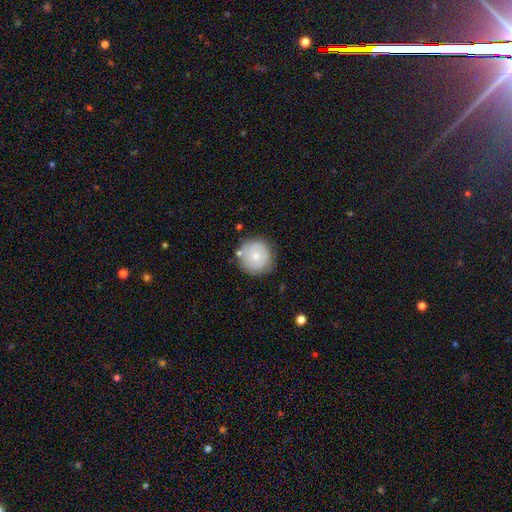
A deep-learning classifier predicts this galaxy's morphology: Smooth or featured: smooth — 63% (featured or disk — 30%)
How rounded: round — 93% (in between — 6%)
Merging: none — 75% (minor disturbance — 16%)